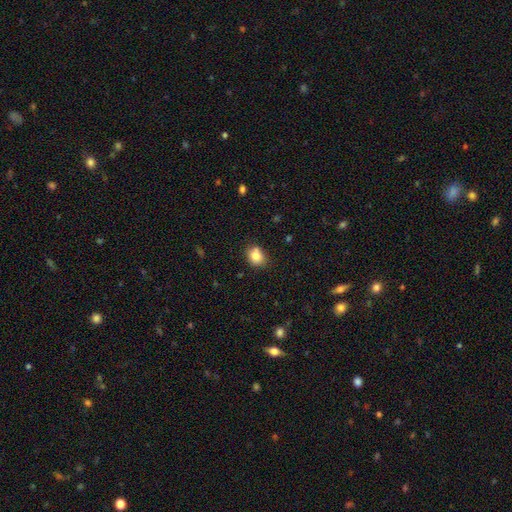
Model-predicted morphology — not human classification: smooth-or-featured: smooth: 81% | star or artifact: 10% | featured or disk: 8%
  how-rounded: round: 59% | in between: 40% | cigar-shaped: 1%
  merging: none: 70% | minor disturbance: 17% | merger: 9% | major disturbance: 4%